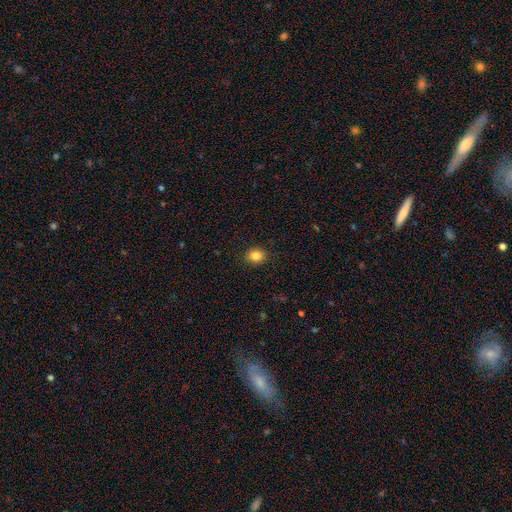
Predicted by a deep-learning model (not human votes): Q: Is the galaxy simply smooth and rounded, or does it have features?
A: smooth — 85%.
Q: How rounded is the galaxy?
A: round — 66%.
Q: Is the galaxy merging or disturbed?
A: none — 89%.